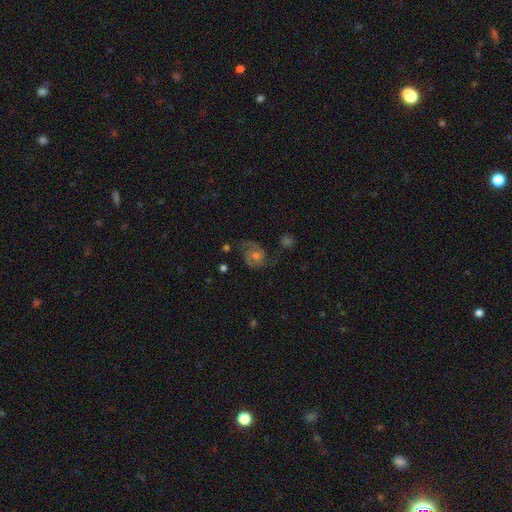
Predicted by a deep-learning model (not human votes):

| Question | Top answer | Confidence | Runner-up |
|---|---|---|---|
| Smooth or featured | featured or disk | 81% | star or artifact (10%) |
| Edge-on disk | no | 98% | yes (2%) |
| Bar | no | 66% | weak (28%) |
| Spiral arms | yes | 96% | no (4%) |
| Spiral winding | medium | 52% | tight (34%) |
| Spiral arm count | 2 | 86% | can't tell (5%) |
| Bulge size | moderate | 55% | small (38%) |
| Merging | none | 73% | minor disturbance (16%) |